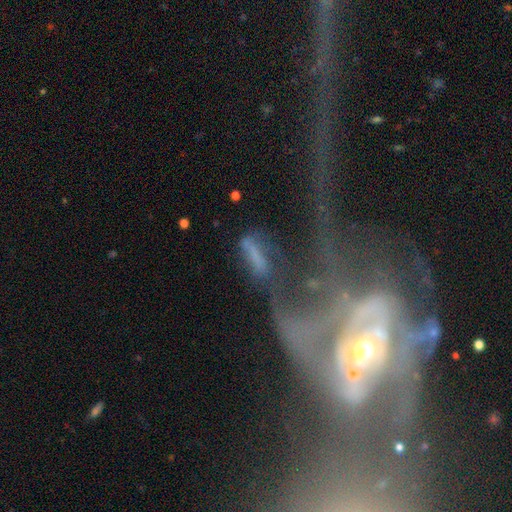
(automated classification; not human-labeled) Q: Smooth or featured?
A: featured or disk (44%); runner-up: smooth (40%)
Q: Merging?
A: none (40%); runner-up: major disturbance (23%)